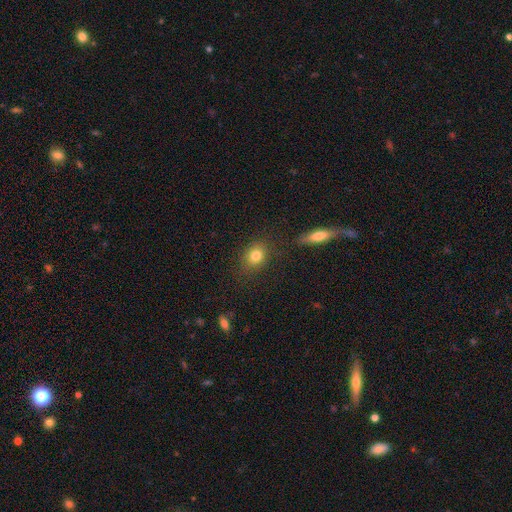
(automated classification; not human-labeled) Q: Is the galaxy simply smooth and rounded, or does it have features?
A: smooth — 81%.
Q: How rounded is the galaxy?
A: round — 55%.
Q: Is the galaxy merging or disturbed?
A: none — 82%.